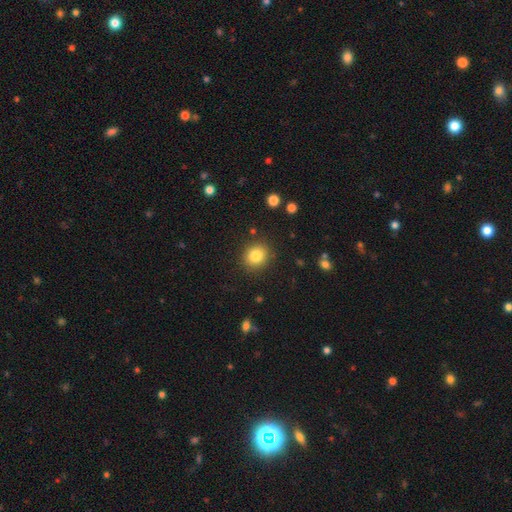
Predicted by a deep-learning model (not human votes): A smooth galaxy with no disk features (83%) that is round (75%).

Vote fractions:
- Smooth or featured? smooth: 83% / star or artifact: 10% / featured or disk: 7%
- How rounded? round: 75% / in between: 24% / cigar-shaped: 1%
- Merging? none: 88% / minor disturbance: 8% / major disturbance: 3% / merger: 2%